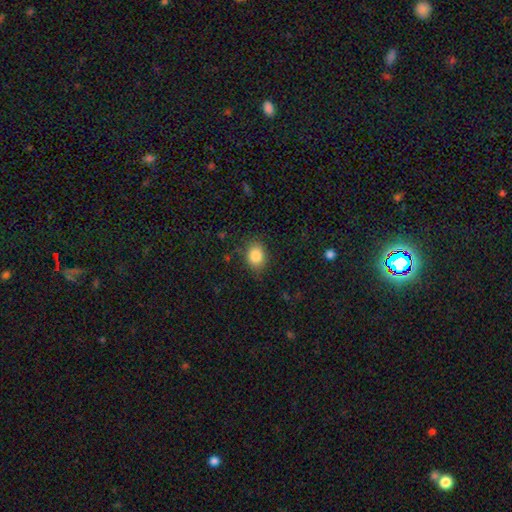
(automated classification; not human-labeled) Smooth or featured? Predicted: smooth (p=0.85). How rounded? Predicted: in between (p=0.58). Merging? Predicted: none (p=0.82).